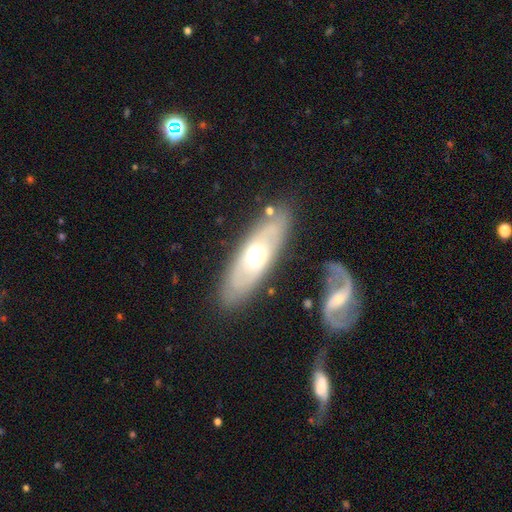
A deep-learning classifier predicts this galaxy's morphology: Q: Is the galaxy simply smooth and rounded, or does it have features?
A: featured or disk — 53%.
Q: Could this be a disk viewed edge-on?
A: no — 71%.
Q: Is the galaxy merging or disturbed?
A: none — 79%.